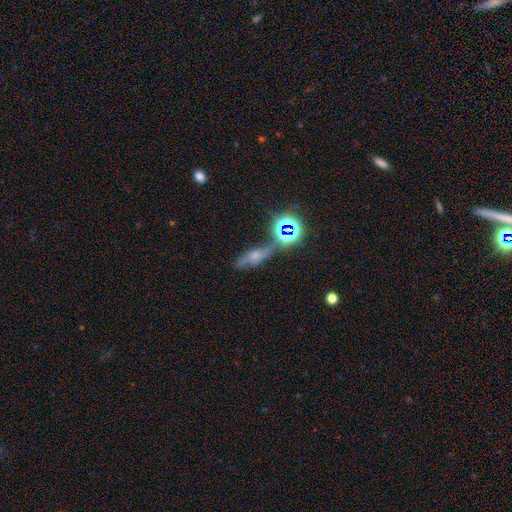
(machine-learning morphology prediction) Smooth or featured?
  - smooth: 37% *
  - featured or disk: 36%
  - star or artifact: 27%
Merging?
  - none: 54% *
  - minor disturbance: 22%
  - merger: 12%
  - major disturbance: 12%